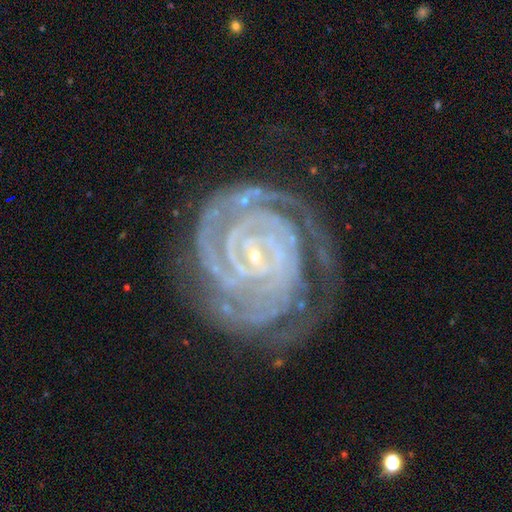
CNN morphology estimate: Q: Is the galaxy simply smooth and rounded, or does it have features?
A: featured or disk — 92%.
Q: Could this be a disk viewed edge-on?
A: no — 98%.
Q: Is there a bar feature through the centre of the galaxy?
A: no — 40%.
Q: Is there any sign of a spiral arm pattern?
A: yes — 99%.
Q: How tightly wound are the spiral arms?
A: tight — 88%.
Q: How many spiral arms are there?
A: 2 — 37%.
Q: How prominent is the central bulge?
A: small — 87%.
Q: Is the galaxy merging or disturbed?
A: none — 71%.